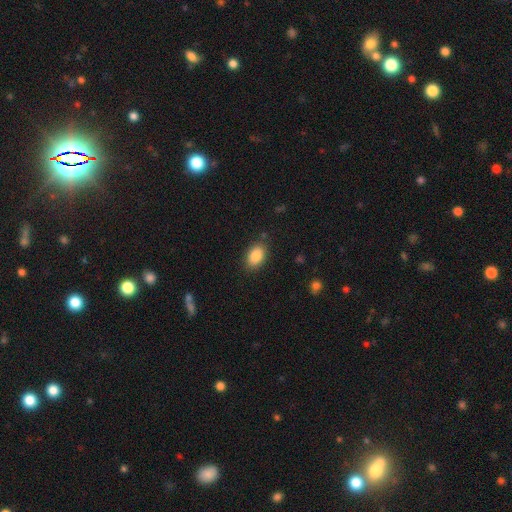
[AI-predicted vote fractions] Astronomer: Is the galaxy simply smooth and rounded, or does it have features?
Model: smooth — 86%.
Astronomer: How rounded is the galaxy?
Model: in between — 86%.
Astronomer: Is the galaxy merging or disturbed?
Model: none — 85%.